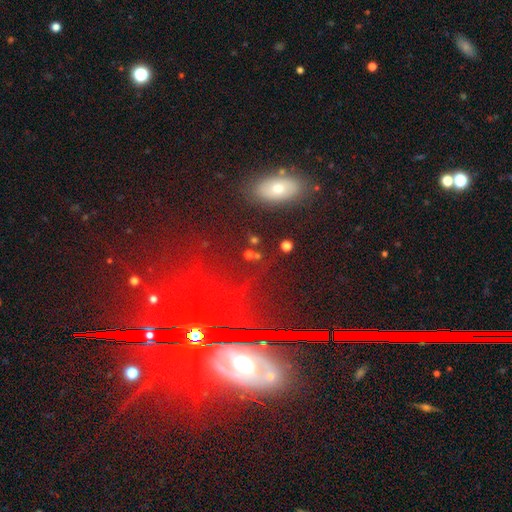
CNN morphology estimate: A star or artifact, not a galaxy (49%).